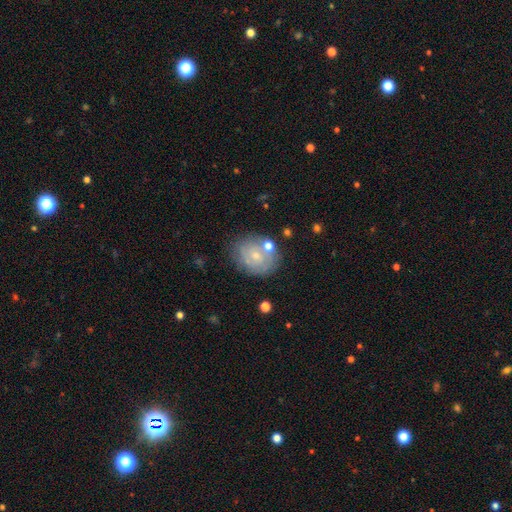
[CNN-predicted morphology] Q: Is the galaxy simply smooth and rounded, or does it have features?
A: featured or disk — 48%.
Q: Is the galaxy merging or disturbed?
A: none — 66%.